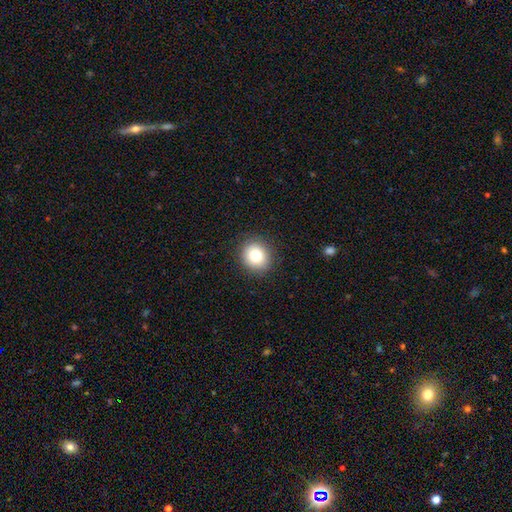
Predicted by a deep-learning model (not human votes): smooth-or-featured: smooth: 79% | star or artifact: 11% | featured or disk: 10%
  how-rounded: round: 84% | in between: 15% | cigar-shaped: 1%
  merging: none: 89% | minor disturbance: 7% | major disturbance: 2% | merger: 1%